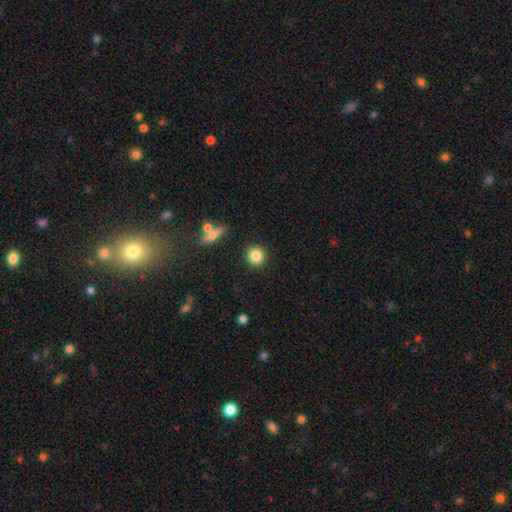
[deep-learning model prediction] Morphology: type=smooth (83%); roundness=round (89%); merging=none (89%).